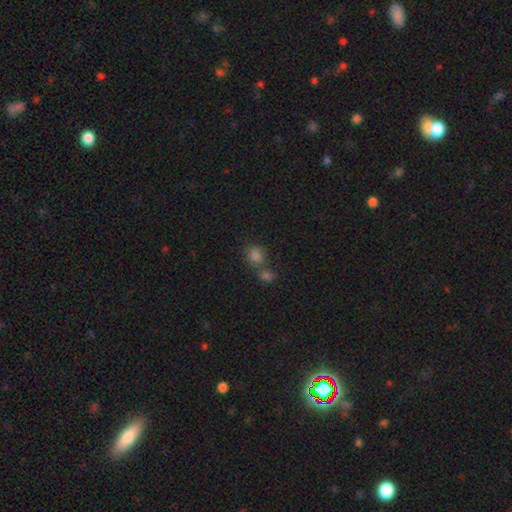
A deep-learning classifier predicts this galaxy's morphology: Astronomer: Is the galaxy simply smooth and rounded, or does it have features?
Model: smooth — 76%.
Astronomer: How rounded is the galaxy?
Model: round — 76%.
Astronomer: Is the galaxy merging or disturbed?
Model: none — 50% (runner-up: merger, 38%).